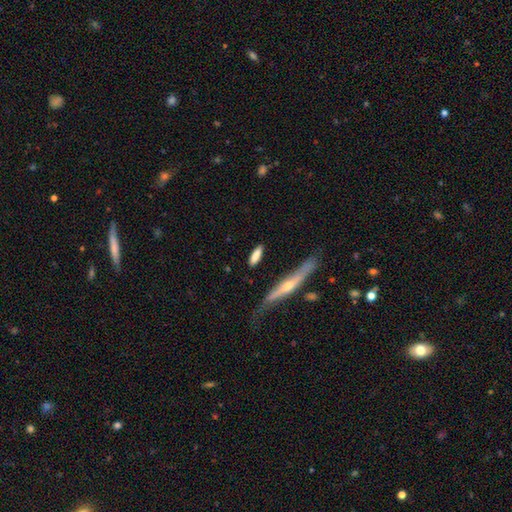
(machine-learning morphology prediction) The model was most divided on "how rounded": cigar-shaped: 52%, in between: 45%, round: 3%. More confident: merging — none (79%); smooth or featured — smooth (78%).